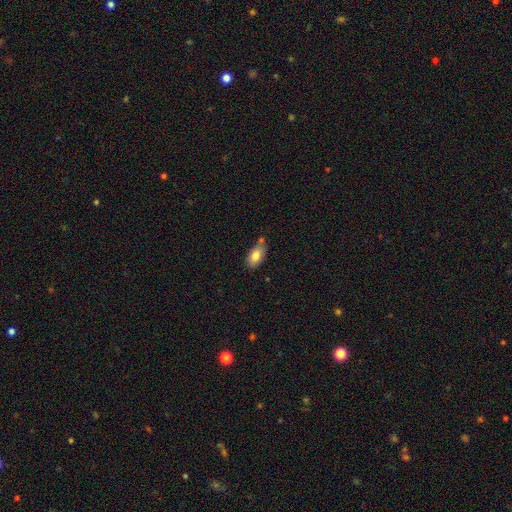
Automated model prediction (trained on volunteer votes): Smooth or featured? smooth (81%)
How rounded? in between (91%)
Merging? none (65%)